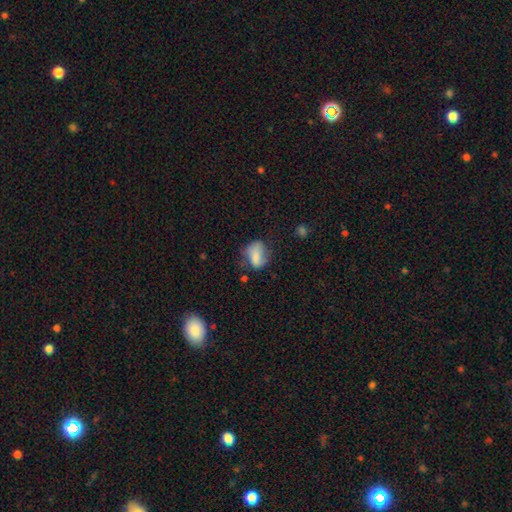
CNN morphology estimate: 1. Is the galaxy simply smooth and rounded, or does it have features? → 74% smooth, 17% featured or disk, 9% star or artifact.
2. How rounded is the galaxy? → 72% in between, 26% round, 2% cigar-shaped.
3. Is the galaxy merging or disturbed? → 43% none, 33% minor disturbance, 19% major disturbance, 4% merger.